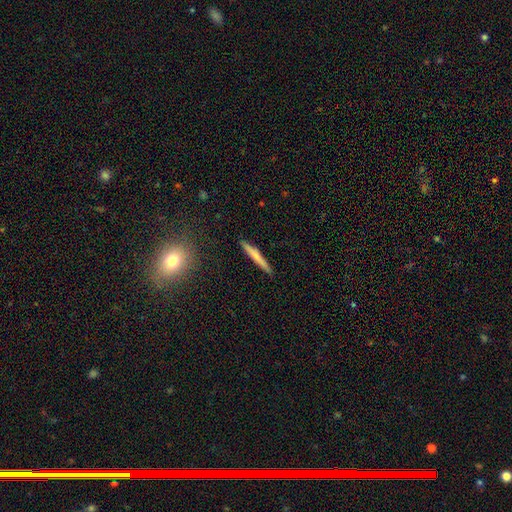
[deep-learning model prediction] This appears to be a smooth galaxy with no disk features (64%) that is cigar-shaped (95%). Merging: none (90%).